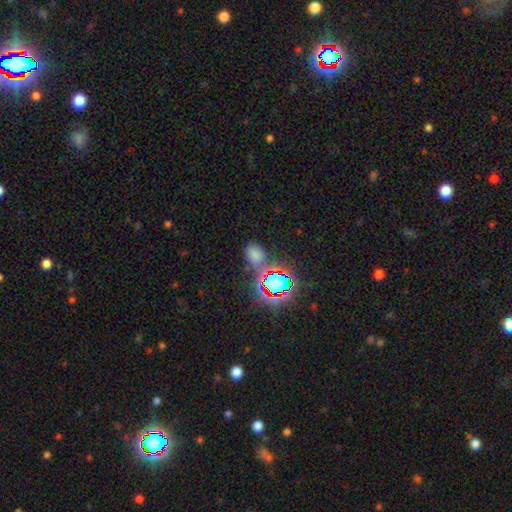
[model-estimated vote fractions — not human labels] A smooth galaxy with no disk features (57%) that is in between round and cigar-shaped (69%).

Vote fractions:
- Smooth or featured? smooth: 57% / star or artifact: 36% / featured or disk: 8%
- How rounded? in between: 69% / round: 29% / cigar-shaped: 2%
- Merging? none: 63% / minor disturbance: 16% / merger: 13% / major disturbance: 7%